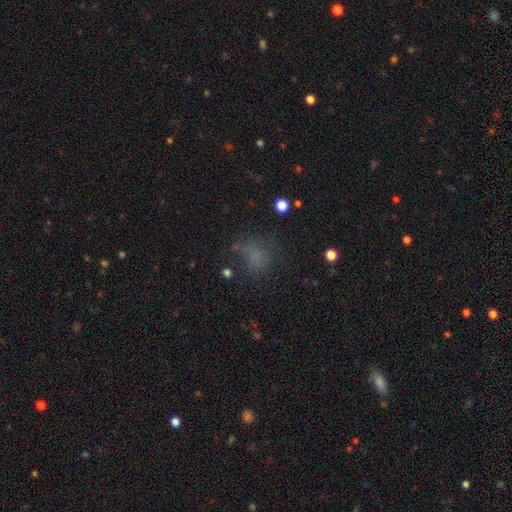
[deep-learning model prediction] Smooth or featured? smooth (62%)
How rounded? round (65%)
Merging? none (60%)